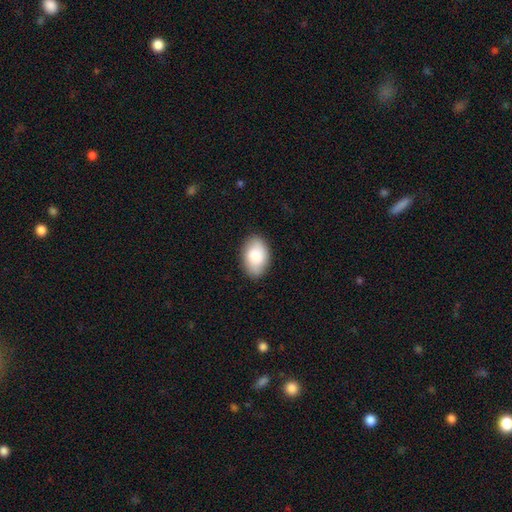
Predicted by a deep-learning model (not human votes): Smooth or featured: smooth — 82% (featured or disk — 12%)
How rounded: in between — 91% (round — 8%)
Merging: none — 85% (minor disturbance — 11%)